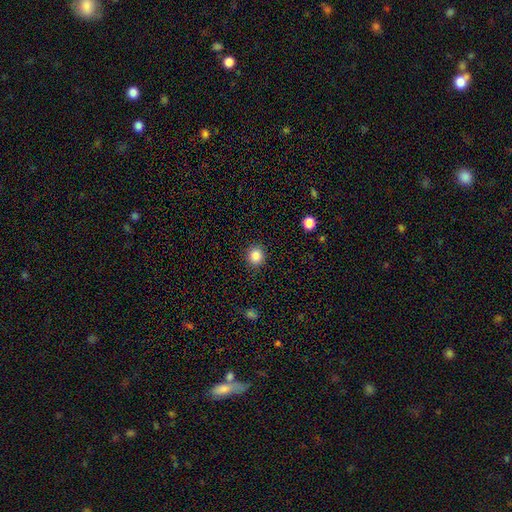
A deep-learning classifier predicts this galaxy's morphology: Smooth or featured? Predicted: smooth (p=0.85). How rounded? Predicted: round (p=0.90). Merging? Predicted: none (p=0.91).